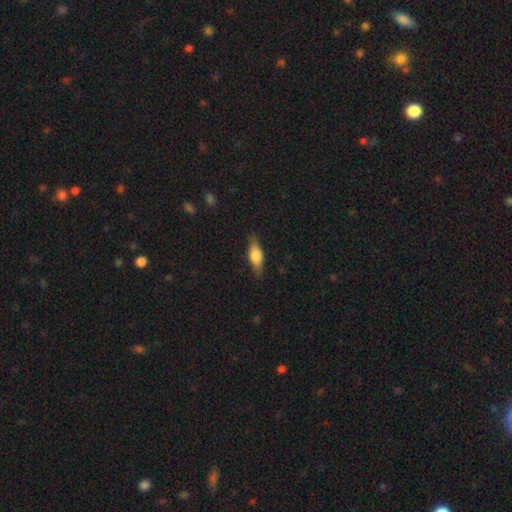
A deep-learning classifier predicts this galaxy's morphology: smooth 59%, featured or disk 34%, star or artifact 7%. Down the decision tree: how rounded — in between (56%); merging — none (84%).